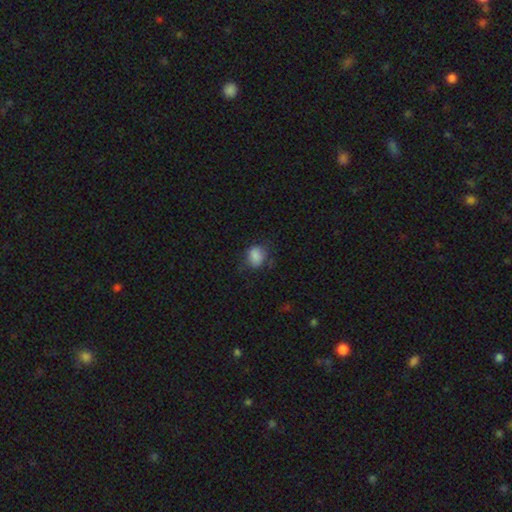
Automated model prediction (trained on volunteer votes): Smooth or featured: smooth — 82% (star or artifact — 9%)
How rounded: in between — 51% (round — 48%)
Merging: none — 59% (minor disturbance — 26%)